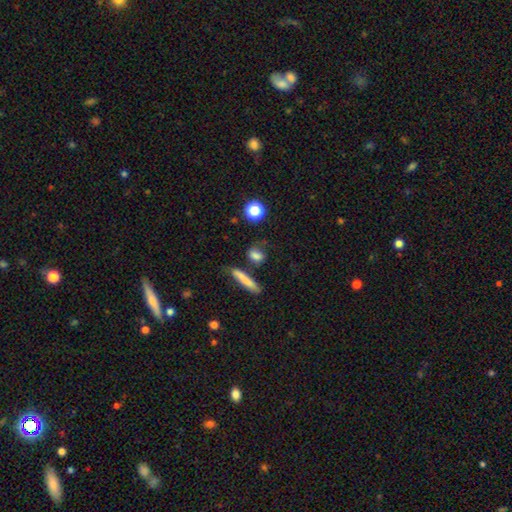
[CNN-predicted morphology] The model was most divided on "how rounded": in between: 37%, round: 33%, cigar-shaped: 30%. More confident: smooth or featured — smooth (74%); merging — none (64%).